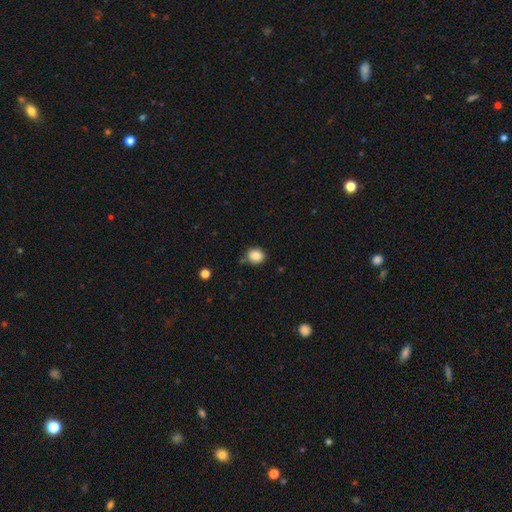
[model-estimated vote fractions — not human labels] Smooth or featured: smooth — 86% (star or artifact — 10%)
How rounded: round — 78% (in between — 21%)
Merging: none — 75% (minor disturbance — 17%)